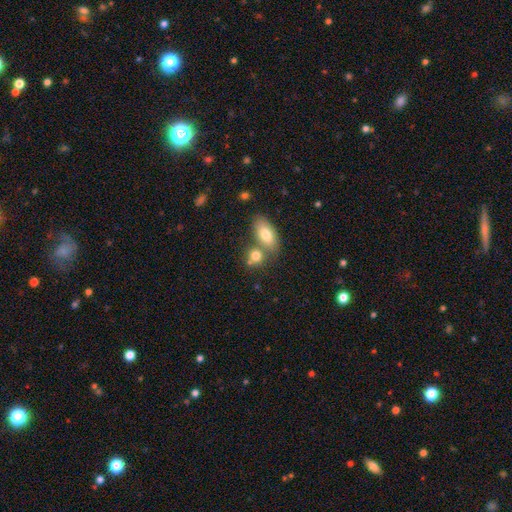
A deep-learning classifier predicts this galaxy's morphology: This appears to be a smooth galaxy with no disk features (79%) that is in between round and cigar-shaped (51%). Merging: none (44%).